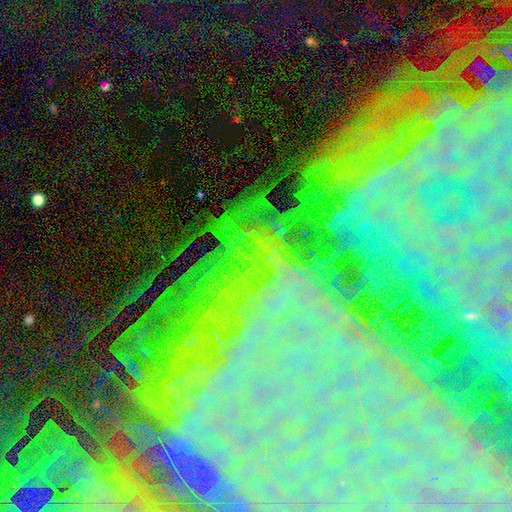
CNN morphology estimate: Smooth or featured? Predicted: star or artifact (p=0.63).